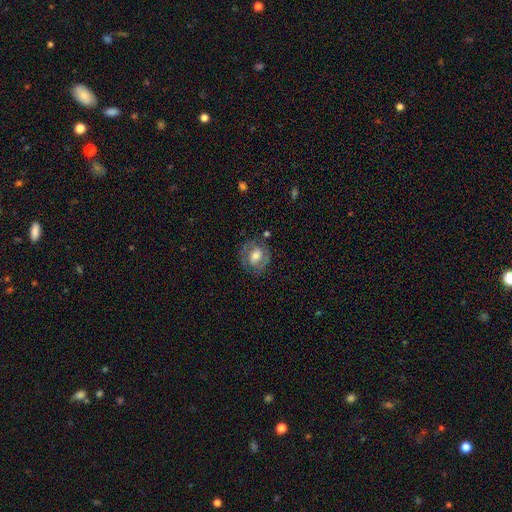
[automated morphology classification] smooth-or-featured: featured or disk: 53% | smooth: 39% | star or artifact: 8%
  disk-edge-on: no: 96% | yes: 4%
    bar: no: 53% | weak: 35% | strong: 12%
    has-spiral-arms: yes: 60% | no: 40%
    bulge-size: moderate: 55% | large: 26% | small: 15% | none: 3% | dominant: 2%
  merging: none: 72% | minor disturbance: 17% | major disturbance: 8% | merger: 2%